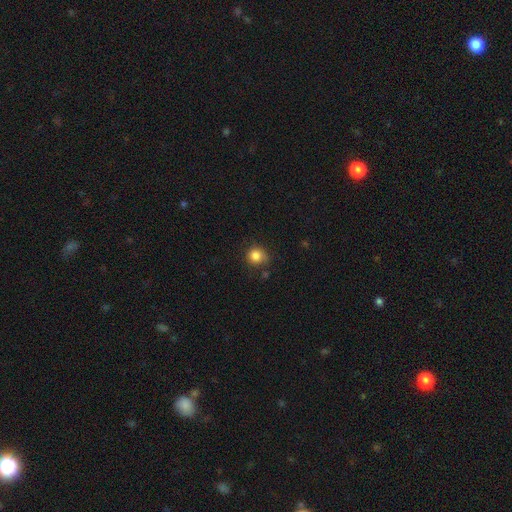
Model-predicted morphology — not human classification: smooth_or_featured: smooth (p=0.84) [alt: star or artifact p=0.11]
how_rounded: round (p=0.86) [alt: in between p=0.13]
merging: none (p=0.73) [alt: minor disturbance p=0.19]